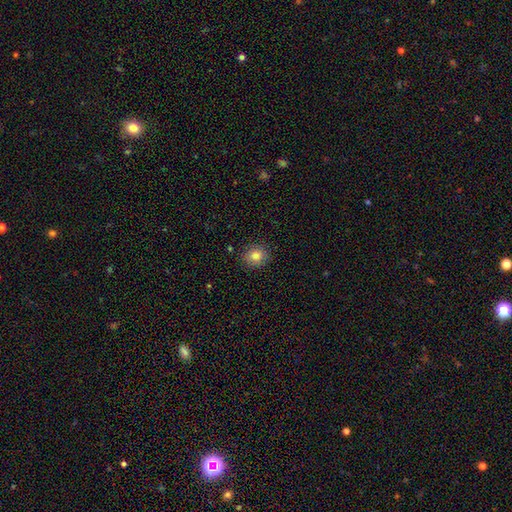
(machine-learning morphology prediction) A smooth galaxy with no disk features (84%) that is round (81%).

Vote fractions:
- Smooth or featured? smooth: 84% / star or artifact: 10% / featured or disk: 6%
- How rounded? round: 81% / in between: 18% / cigar-shaped: 1%
- Merging? none: 88% / minor disturbance: 9% / major disturbance: 2% / merger: 1%